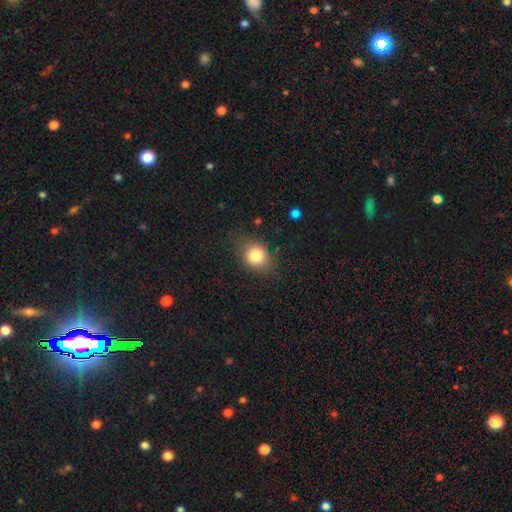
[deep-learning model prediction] Smooth or featured: smooth — 82% (star or artifact — 10%)
How rounded: round — 61% (in between — 38%)
Merging: none — 72% (minor disturbance — 19%)